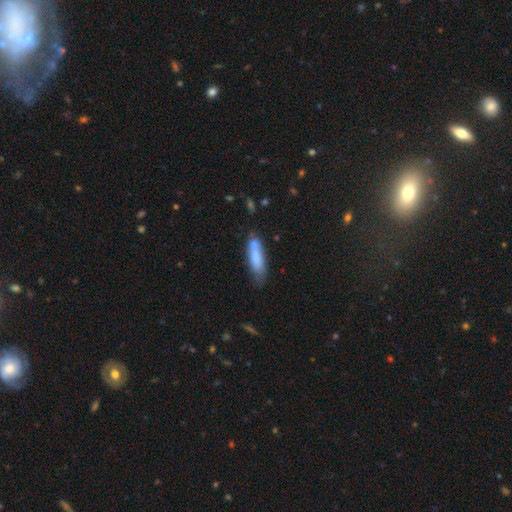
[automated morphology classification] This appears to be a smooth galaxy with no disk features (78%) that is cigar-shaped (63%). Merging: none (57%).